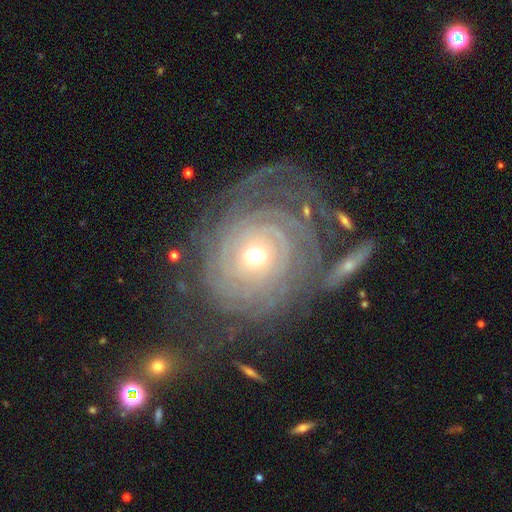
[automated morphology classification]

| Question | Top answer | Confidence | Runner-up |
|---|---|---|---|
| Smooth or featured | featured or disk | 85% | smooth (8%) |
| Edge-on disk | no | 97% | yes (3%) |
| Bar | no | 67% | weak (23%) |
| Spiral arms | yes | 94% | no (6%) |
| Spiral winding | tight | 82% | medium (13%) |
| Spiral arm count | can't tell | 32% | more than 4 (17%) |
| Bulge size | moderate | 63% | small (27%) |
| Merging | none | 70% | minor disturbance (15%) |